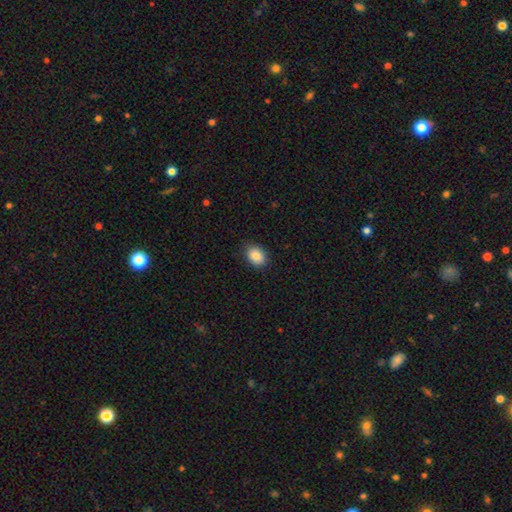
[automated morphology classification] Overall: smooth (88%). How rounded: in between (70%). Merging: none (85%).